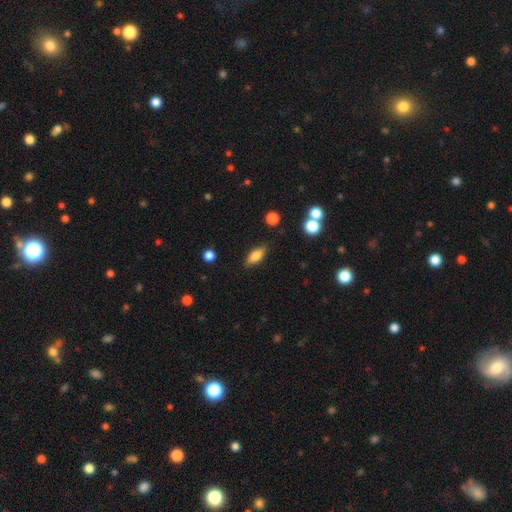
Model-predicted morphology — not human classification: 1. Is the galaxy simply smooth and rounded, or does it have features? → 72% smooth, 20% featured or disk, 8% star or artifact.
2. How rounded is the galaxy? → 73% in between, 23% cigar-shaped, 4% round.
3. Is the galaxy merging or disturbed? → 83% none, 12% minor disturbance, 3% major disturbance, 2% merger.